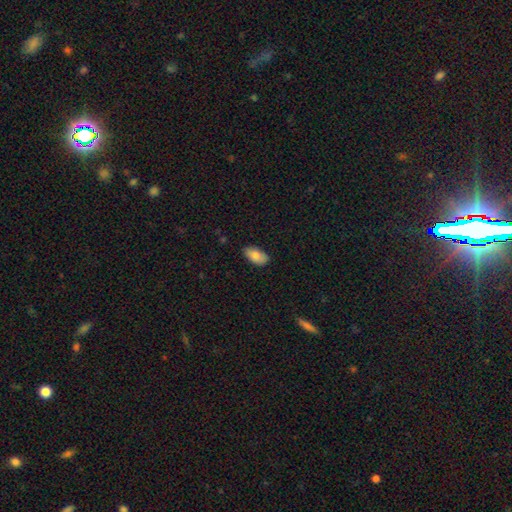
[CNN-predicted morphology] The model was most divided on "merging": none: 84%, minor disturbance: 13%, major disturbance: 2%, merger: 1%. More confident: how rounded — in between (94%); smooth or featured — smooth (82%).